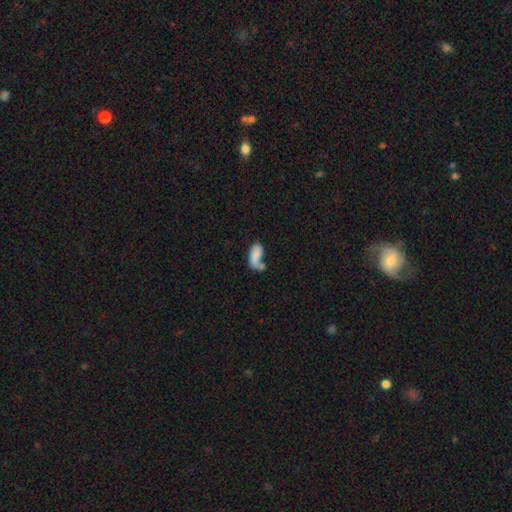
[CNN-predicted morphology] Smooth or featured?
  - smooth: 71% *
  - featured or disk: 21%
  - star or artifact: 8%
How rounded?
  - in between: 89% *
  - cigar-shaped: 7%
  - round: 4%
Merging?
  - merger: 41% *
  - none: 25%
  - minor disturbance: 17%
  - major disturbance: 17%